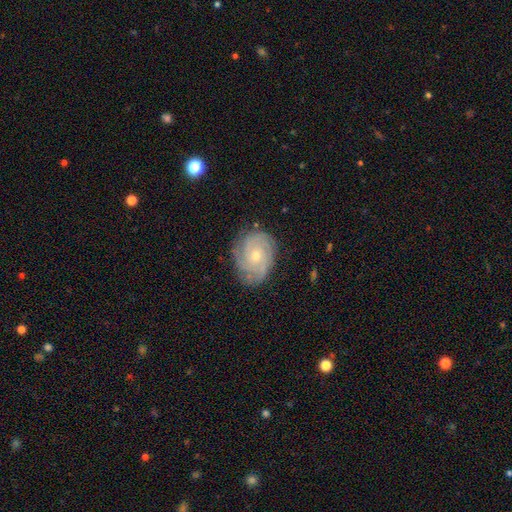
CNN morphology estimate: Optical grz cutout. It shows a featured or disk galaxy (83%) with no bar (79%), 3 (29%) tight (73%) spiral arms (97%) and a small central bulge (56%). Merging: none (80%).